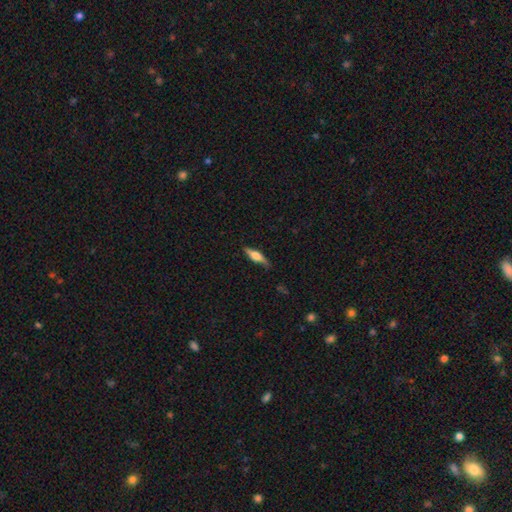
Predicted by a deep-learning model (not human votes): A featured or disk galaxy (48%). Merging: none (79%).